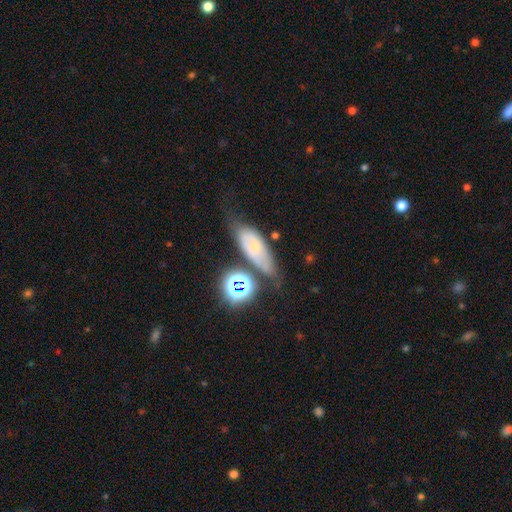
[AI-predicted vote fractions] smooth 45%, featured or disk 36%, star or artifact 19%. Down the decision tree: merging — none (51%).